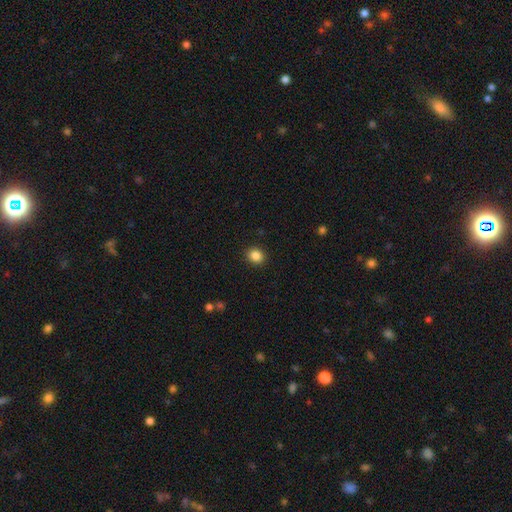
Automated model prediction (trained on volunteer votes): smooth-or-featured: smooth: 86% | star or artifact: 10% | featured or disk: 4%
  how-rounded: round: 73% | in between: 27% | cigar-shaped: 1%
  merging: none: 92% | minor disturbance: 6% | major disturbance: 2% | merger: 1%